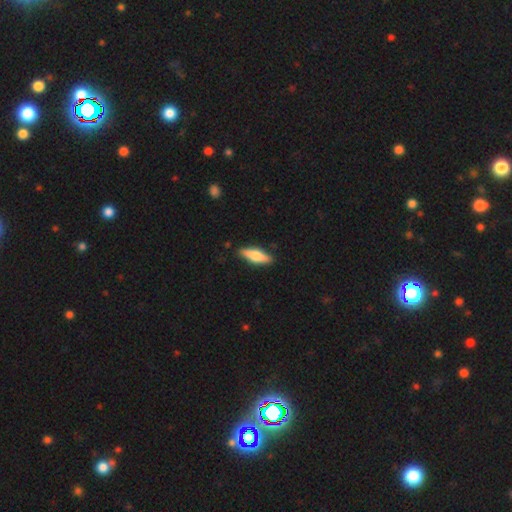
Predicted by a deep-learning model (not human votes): Overall: smooth (57%; featured or disk 38%). How rounded: cigar-shaped (54%; in between 43%). Merging: none (87%).